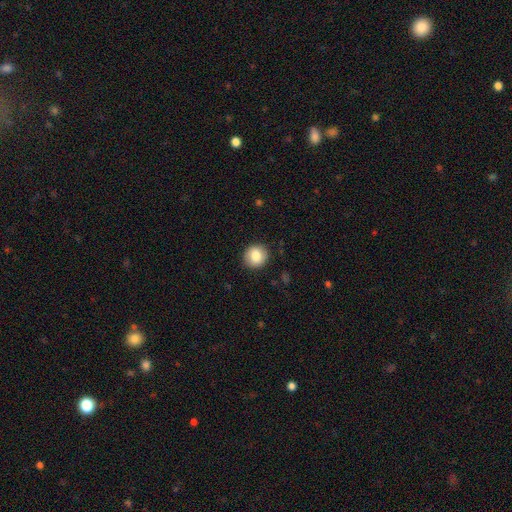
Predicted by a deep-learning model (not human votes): Smooth or featured? Predicted: smooth (p=0.83). How rounded? Predicted: round (p=0.86). Merging? Predicted: none (p=0.89).